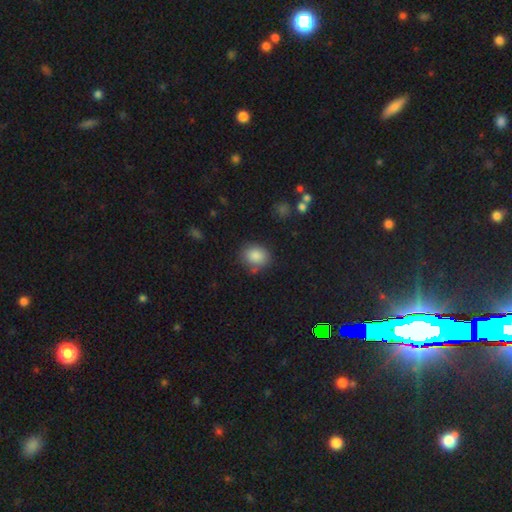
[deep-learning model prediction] smooth-or-featured: smooth: 87% | star or artifact: 9% | featured or disk: 5%
  how-rounded: round: 61% | in between: 38% | cigar-shaped: 1%
  merging: none: 77% | minor disturbance: 15% | merger: 4% | major disturbance: 4%